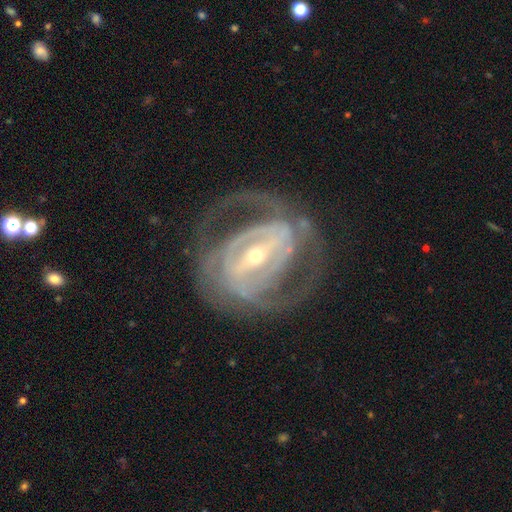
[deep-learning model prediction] This is clearly a featured or disk galaxy (89%). It is clearly not viewed edge-on (96%). Bar: likely strong (66%). Spiral arm pattern: clearly yes (91%). Spiral arm count: possibly 2 (49%). Spiral winding: possibly tight (51%). Central bulge: likely small (62%). Merging: likely none (67%).